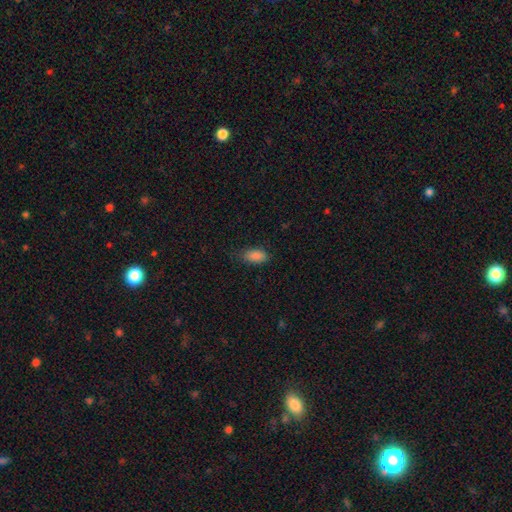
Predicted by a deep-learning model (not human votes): Overall: smooth (86%). How rounded: in between (90%). Merging: none (76%).